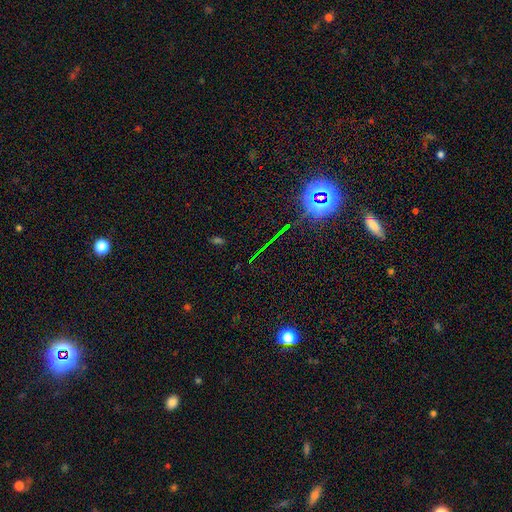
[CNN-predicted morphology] This is likely a star or artifact rather than a galaxy (77%).